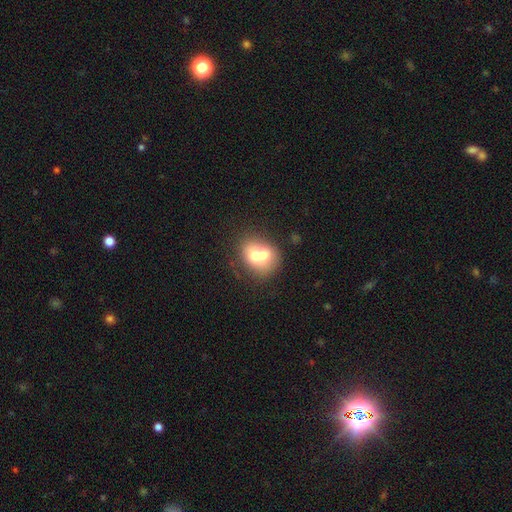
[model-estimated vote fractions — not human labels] A smooth galaxy with no disk features (64%) that is round (63%). Merging: merger (63%).